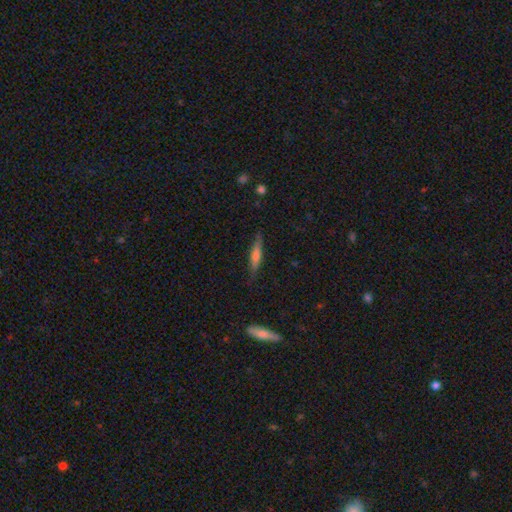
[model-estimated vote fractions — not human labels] Q: Smooth or featured?
A: featured or disk (47%); runner-up: smooth (46%)
Q: Merging?
A: none (85%); runner-up: minor disturbance (12%)